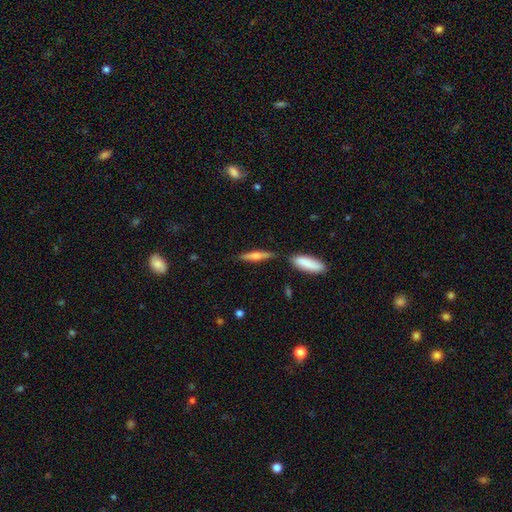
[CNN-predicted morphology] This is possibly a smooth galaxy (50%). Merging: likely none (77%).